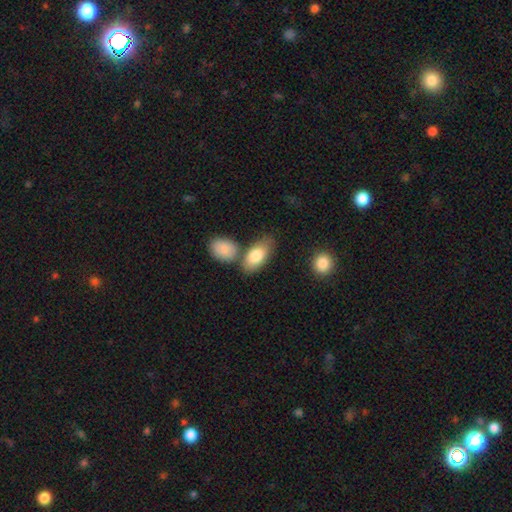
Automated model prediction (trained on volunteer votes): Smooth or featured? Predicted: smooth (p=0.81). How rounded? Predicted: in between (p=0.90). Merging? Predicted: none (p=0.58).